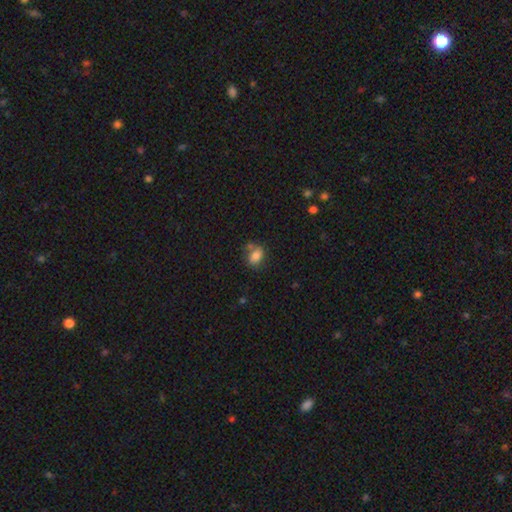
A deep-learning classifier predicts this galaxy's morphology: This appears to be a smooth galaxy with no disk features (75%) that is in between round and cigar-shaped (71%). Merging: none (50%).